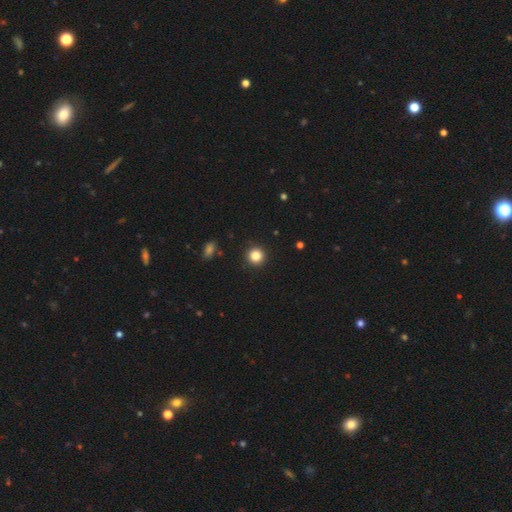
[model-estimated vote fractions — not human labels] smooth 83%, star or artifact 12%, featured or disk 5%. Down the decision tree: how rounded — round (95%); merging — none (92%).